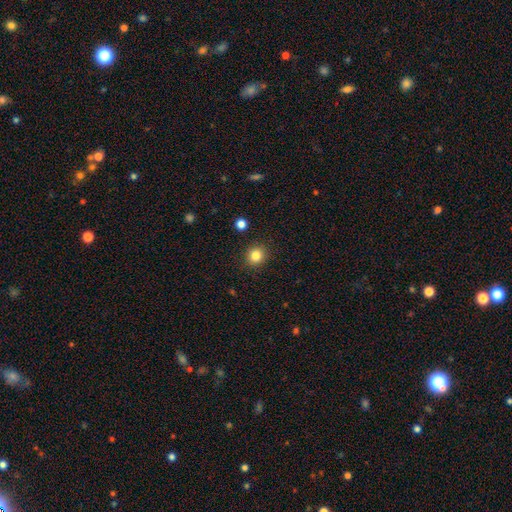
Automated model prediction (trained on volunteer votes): A smooth galaxy with no disk features (83%) that is round (87%).

Vote fractions:
- Smooth or featured? smooth: 83% / star or artifact: 12% / featured or disk: 5%
- How rounded? round: 87% / in between: 12% / cigar-shaped: 1%
- Merging? none: 91% / minor disturbance: 6% / major disturbance: 2% / merger: 1%